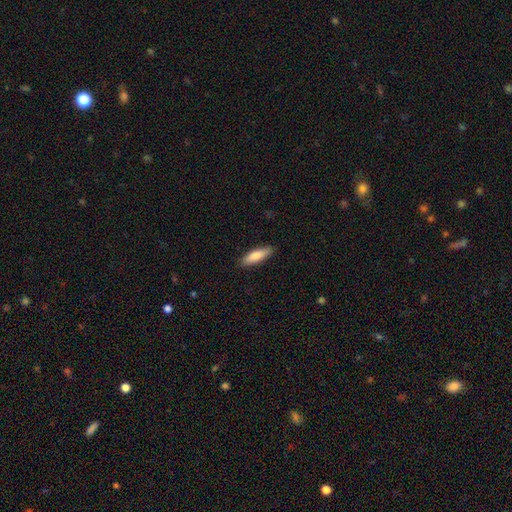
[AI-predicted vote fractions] smooth 83%, featured or disk 11%, star or artifact 5%. Down the decision tree: how rounded — cigar-shaped (61%); merging — none (88%).